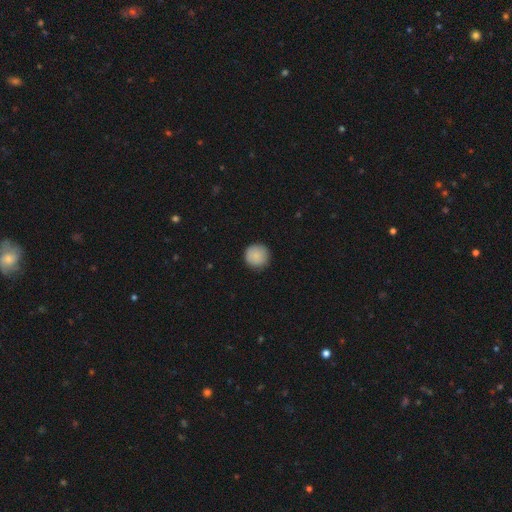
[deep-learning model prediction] smooth-or-featured: smooth: 87% | star or artifact: 7% | featured or disk: 6%
  how-rounded: round: 96% | in between: 3% | cigar-shaped: 1%
  merging: none: 90% | minor disturbance: 7% | major disturbance: 2% | merger: 1%